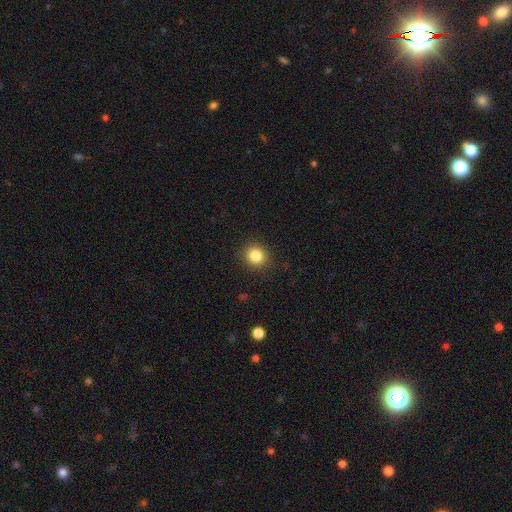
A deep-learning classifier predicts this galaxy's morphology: Q: Smooth or featured?
A: smooth (85%); runner-up: star or artifact (11%)
Q: How rounded?
A: round (83%); runner-up: in between (16%)
Q: Merging?
A: none (90%); runner-up: minor disturbance (7%)